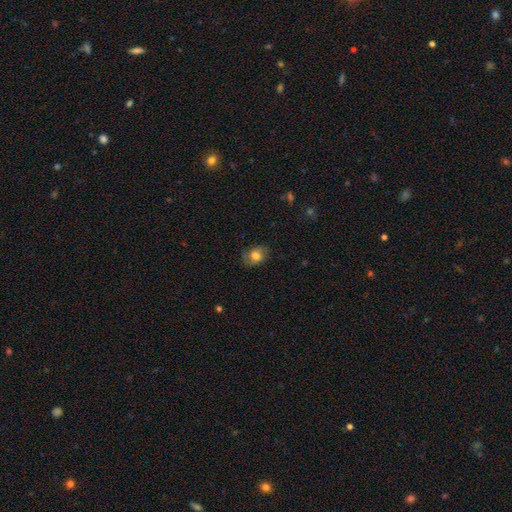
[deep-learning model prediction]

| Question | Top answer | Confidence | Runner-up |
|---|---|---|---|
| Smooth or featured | smooth | 60% | featured or disk (31%) |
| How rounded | in between | 63% | round (36%) |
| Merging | none | 72% | minor disturbance (20%) |